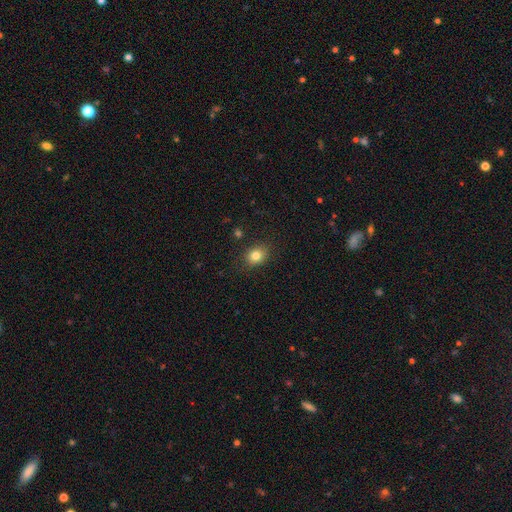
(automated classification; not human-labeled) Overall: smooth (81%). How rounded: in between (50%; round 49%). Merging: none (84%).